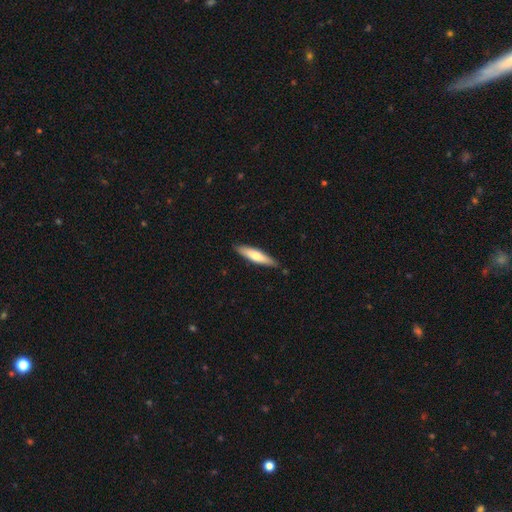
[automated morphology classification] This appears to be a smooth galaxy with no disk features (64%) that is cigar-shaped (77%). Merging: none (87%).